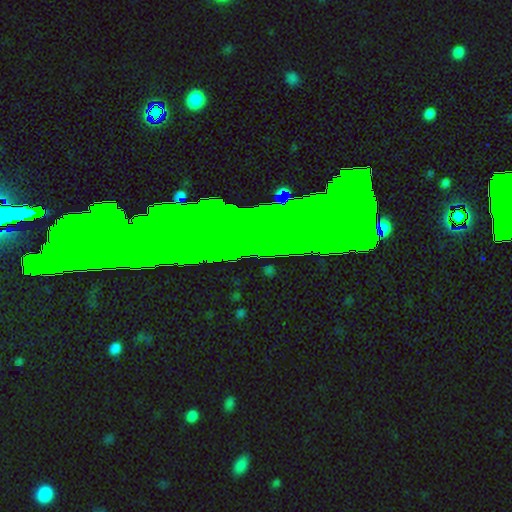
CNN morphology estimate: The model was most divided on "smooth or featured": star or artifact: 77%, featured or disk: 12%, smooth: 11%.